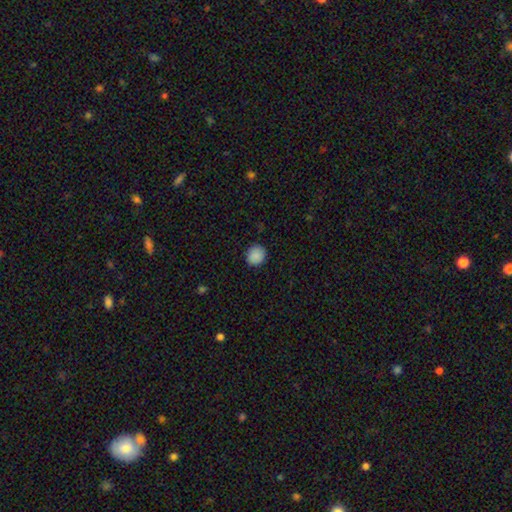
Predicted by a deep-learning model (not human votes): Smooth or featured: smooth — 88% (star or artifact — 8%)
How rounded: round — 84% (in between — 15%)
Merging: none — 89% (minor disturbance — 8%)